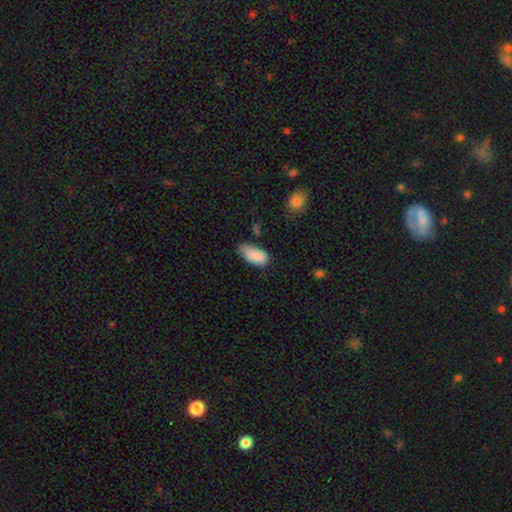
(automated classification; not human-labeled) This is clearly a smooth galaxy (86%). How rounded: clearly in between (91%). Merging: possibly none (47%).